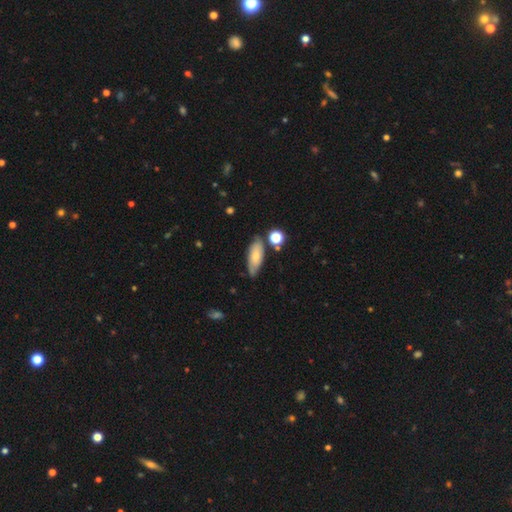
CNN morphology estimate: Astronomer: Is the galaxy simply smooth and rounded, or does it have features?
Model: smooth — 66%.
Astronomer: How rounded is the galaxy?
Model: in between — 77%.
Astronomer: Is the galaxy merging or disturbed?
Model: none — 71%.